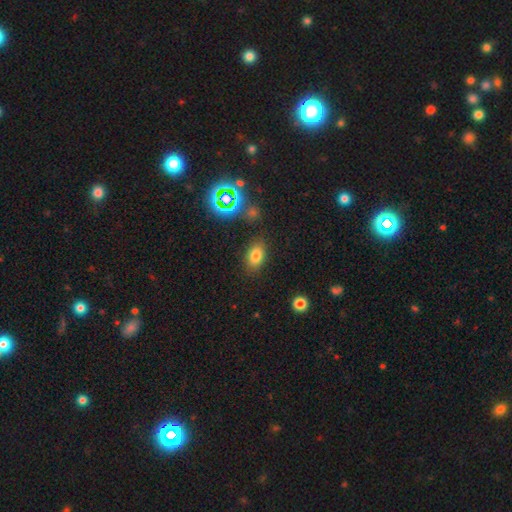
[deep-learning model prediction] This appears to be a smooth galaxy with no disk features (73%) that is in between round and cigar-shaped (81%). Merging: none (83%).